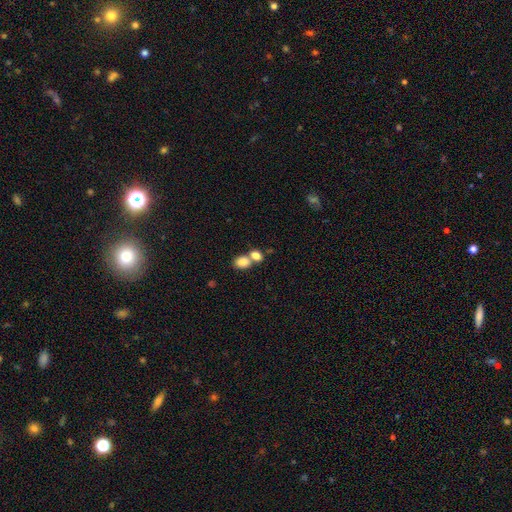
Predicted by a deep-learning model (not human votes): Smooth or featured? smooth (82%)
How rounded? in between (66%)
Merging? merger (58%)